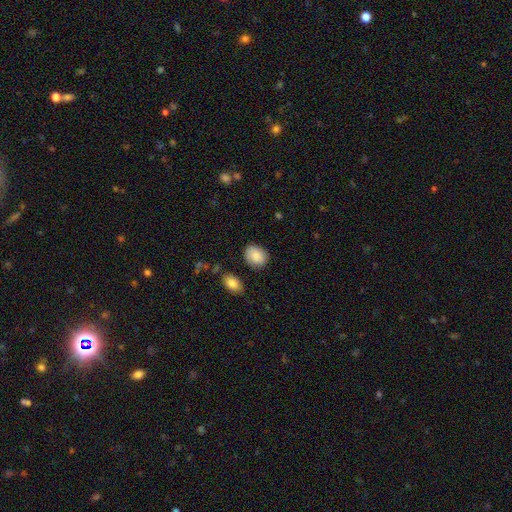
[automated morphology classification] Smooth or featured? Predicted: smooth (p=0.87). How rounded? Predicted: in between (p=0.64). Merging? Predicted: none (p=0.83).